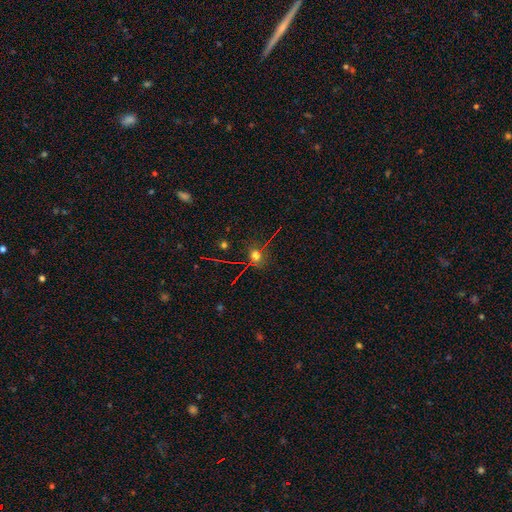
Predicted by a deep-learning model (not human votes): smooth_or_featured: smooth (p=0.50) [alt: star or artifact p=0.39]
merging: none (p=0.82) [alt: minor disturbance p=0.10]